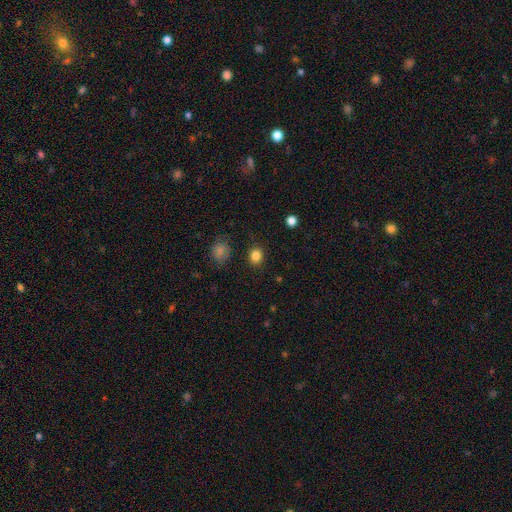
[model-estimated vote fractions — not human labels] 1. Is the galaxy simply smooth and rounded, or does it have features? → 84% smooth, 12% star or artifact, 4% featured or disk.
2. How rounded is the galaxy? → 71% round, 28% in between, 1% cigar-shaped.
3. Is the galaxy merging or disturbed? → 88% none, 8% minor disturbance, 3% major disturbance, 2% merger.